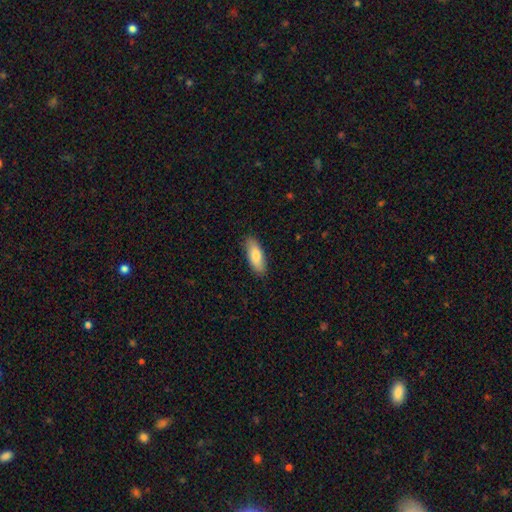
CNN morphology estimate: smooth_or_featured: smooth (p=0.83) [alt: featured or disk p=0.12]
how_rounded: in between (p=0.73) [alt: cigar-shaped p=0.25]
merging: none (p=0.87) [alt: minor disturbance p=0.10]